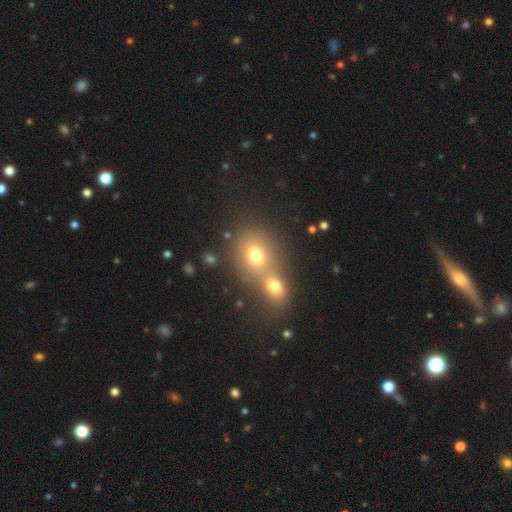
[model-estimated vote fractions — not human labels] smooth_or_featured: smooth (p=0.66) [alt: star or artifact p=0.18]
how_rounded: round (p=0.65) [alt: in between p=0.34]
merging: merger (p=0.56) [alt: none p=0.34]